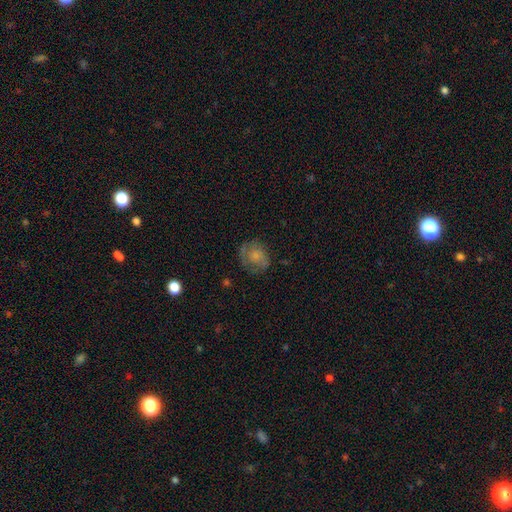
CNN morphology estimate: smooth 56%, featured or disk 34%, star or artifact 10%. Down the decision tree: how rounded — round (66%); merging — none (63%).